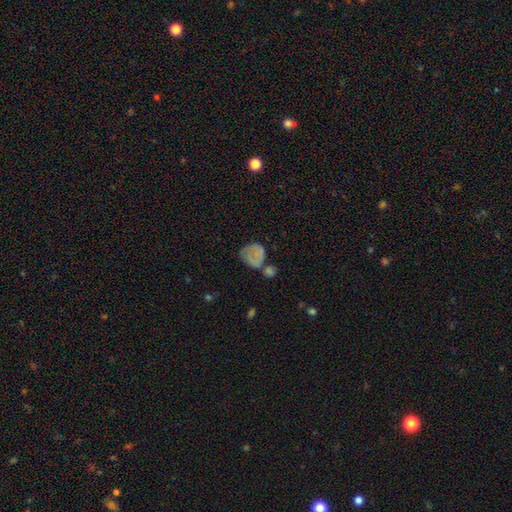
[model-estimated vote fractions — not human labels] Smooth or featured? Predicted: smooth (p=0.65). How rounded? Predicted: round (p=0.60). Merging? Predicted: none (p=0.38).